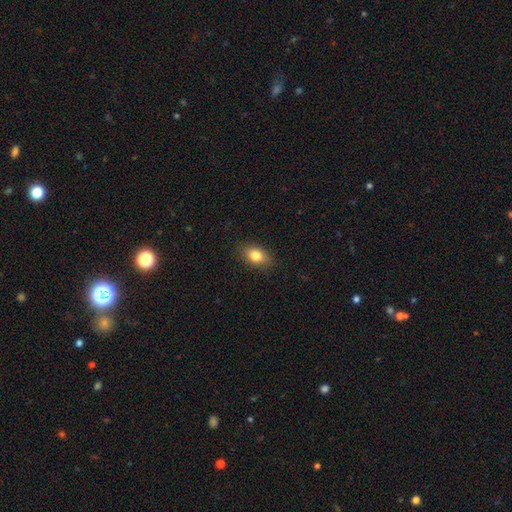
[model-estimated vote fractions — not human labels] Smooth or featured? Predicted: smooth (p=0.81). How rounded? Predicted: in between (p=0.81). Merging? Predicted: none (p=0.86).